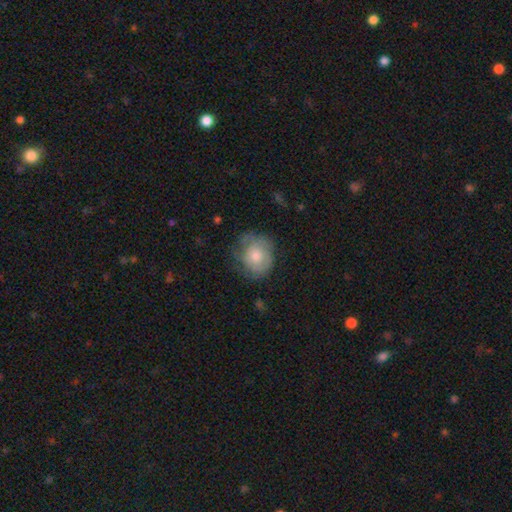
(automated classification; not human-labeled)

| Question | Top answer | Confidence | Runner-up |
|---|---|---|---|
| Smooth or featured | smooth | 60% | featured or disk (33%) |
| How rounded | round | 72% | in between (27%) |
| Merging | none | 63% | minor disturbance (26%) |